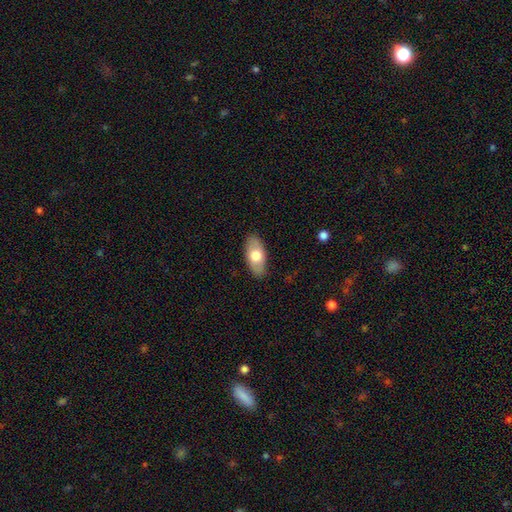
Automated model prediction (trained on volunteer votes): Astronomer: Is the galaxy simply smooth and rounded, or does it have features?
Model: smooth — 68%.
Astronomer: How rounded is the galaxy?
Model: in between — 92%.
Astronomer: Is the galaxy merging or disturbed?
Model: none — 86%.